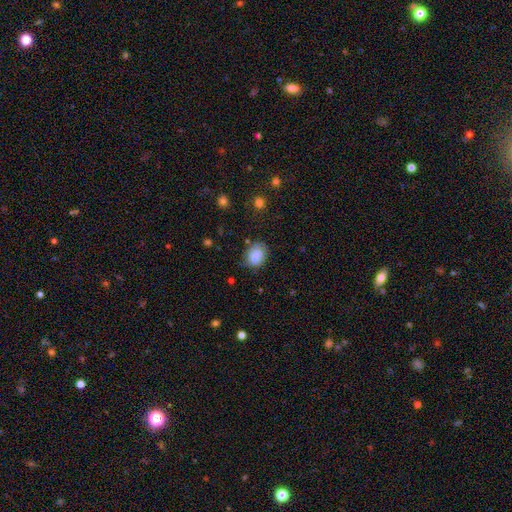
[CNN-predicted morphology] Smooth or featured: smooth — 82% (featured or disk — 9%)
How rounded: in between — 62% (round — 37%)
Merging: none — 67% (minor disturbance — 24%)